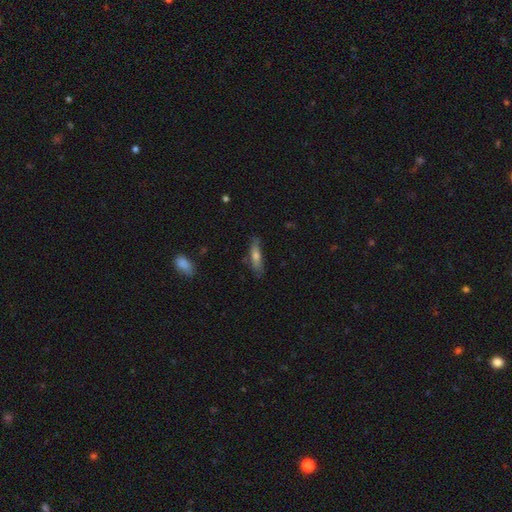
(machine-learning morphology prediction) smooth 62%, featured or disk 31%, star or artifact 7%. Down the decision tree: how rounded — cigar-shaped (71%); merging — none (75%).